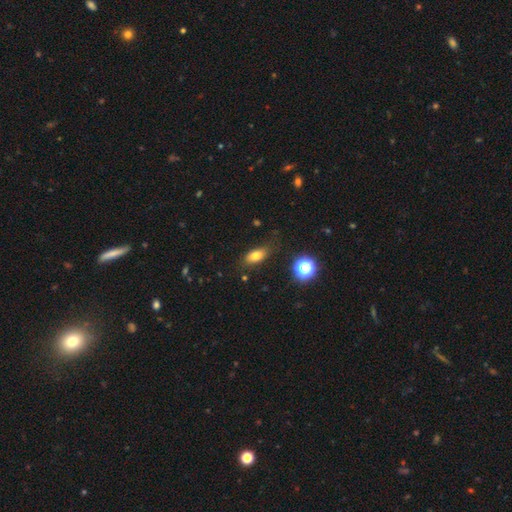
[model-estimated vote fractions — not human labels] Smooth or featured? Predicted: smooth (p=0.76). How rounded? Predicted: in between (p=0.80). Merging? Predicted: none (p=0.78).